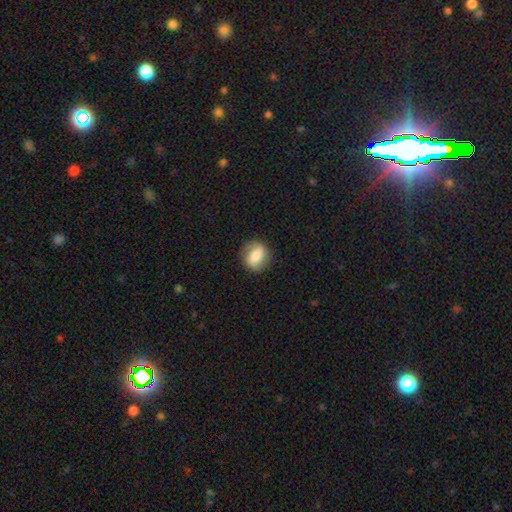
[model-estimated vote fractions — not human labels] smooth_or_featured: smooth (p=0.59) [alt: featured or disk p=0.33]
how_rounded: round (p=0.62) [alt: in between p=0.35]
merging: none (p=0.85) [alt: minor disturbance p=0.10]